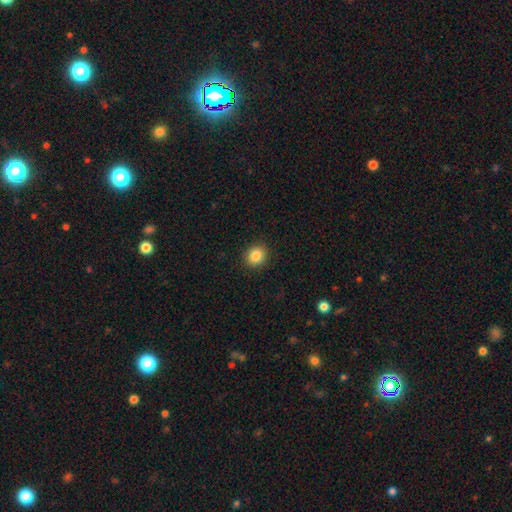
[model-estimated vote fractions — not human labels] Overall: smooth (85%). How rounded: round (76%). Merging: none (91%).